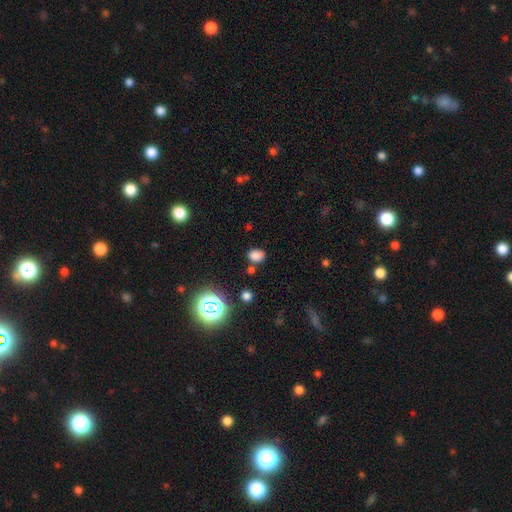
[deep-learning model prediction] smooth 75%, star or artifact 19%, featured or disk 6%. Down the decision tree: how rounded — in between (54%); merging — none (74%).